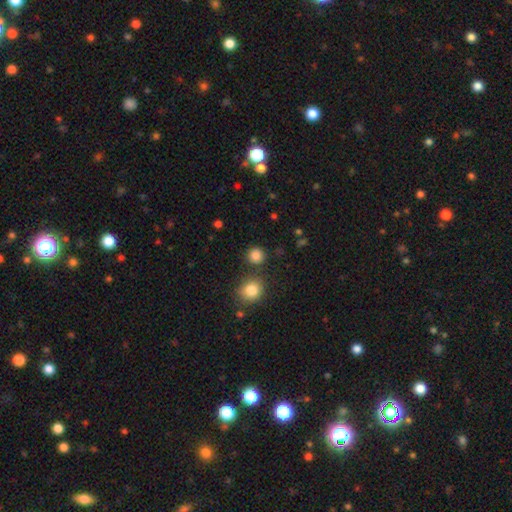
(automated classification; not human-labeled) Smooth or featured? smooth (84%)
How rounded? round (90%)
Merging? none (82%)